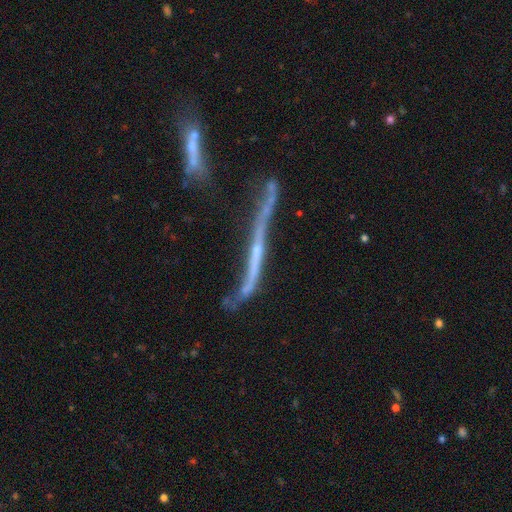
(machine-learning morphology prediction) This appears to be a featured or disk galaxy (78%) viewed edge-on (78%) with no central bulge (57%). Merging: none (38%).